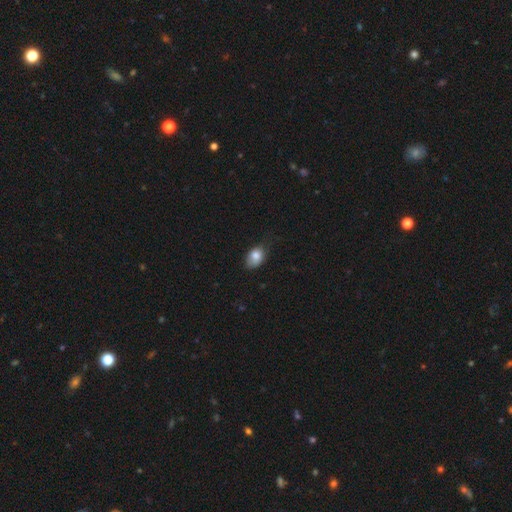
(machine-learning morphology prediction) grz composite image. It shows a smooth galaxy with no disk features (80%) that is in between round and cigar-shaped (82%). Merging: none (53%).